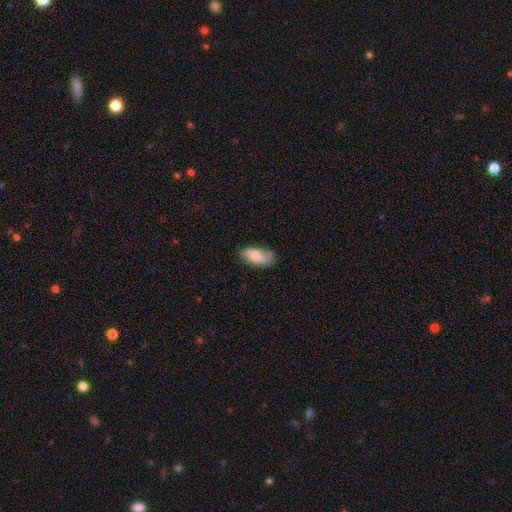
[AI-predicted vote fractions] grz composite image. It shows a smooth galaxy with no disk features (57%) that is in between round and cigar-shaped (90%). Merging: none (59%).